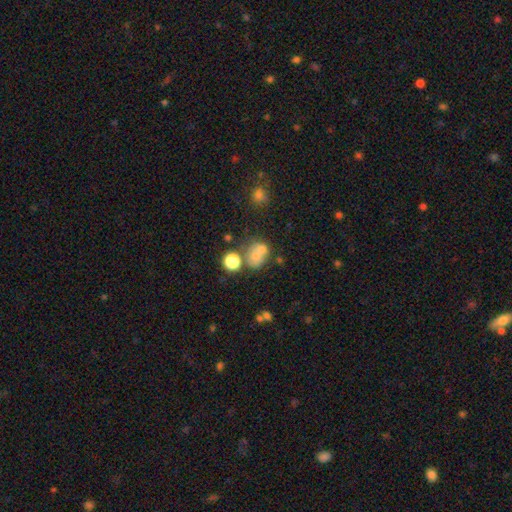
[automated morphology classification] The model was most divided on "merging": merger: 44%, none: 38%, minor disturbance: 11%, major disturbance: 7%. More confident: smooth or featured — smooth (64%); how rounded — round (61%).